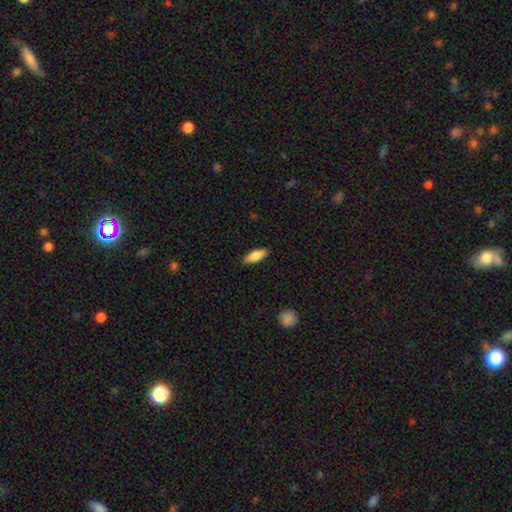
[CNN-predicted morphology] smooth_or_featured: smooth (p=0.84) [alt: featured or disk p=0.10]
how_rounded: in between (p=0.68) [alt: cigar-shaped p=0.30]
merging: none (p=0.87) [alt: minor disturbance p=0.10]